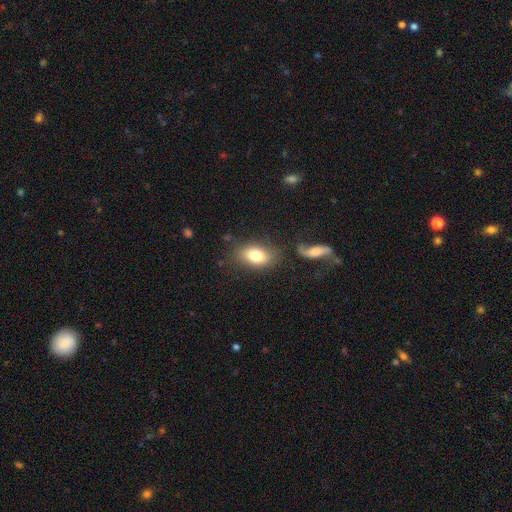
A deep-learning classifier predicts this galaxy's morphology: Smooth or featured? smooth (79%)
How rounded? in between (87%)
Merging? none (74%)